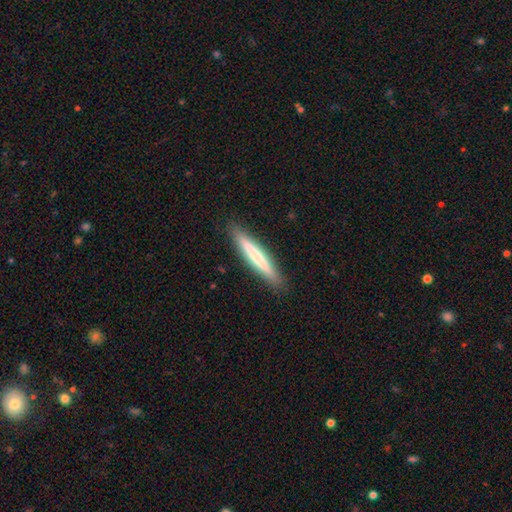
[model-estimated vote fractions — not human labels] Smooth or featured? smooth (65%)
How rounded? cigar-shaped (94%)
Merging? none (91%)